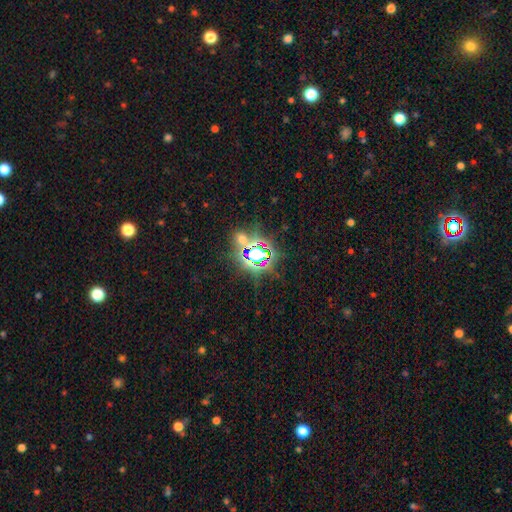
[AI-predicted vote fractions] star or artifact 78%, smooth 13%, featured or disk 9%.